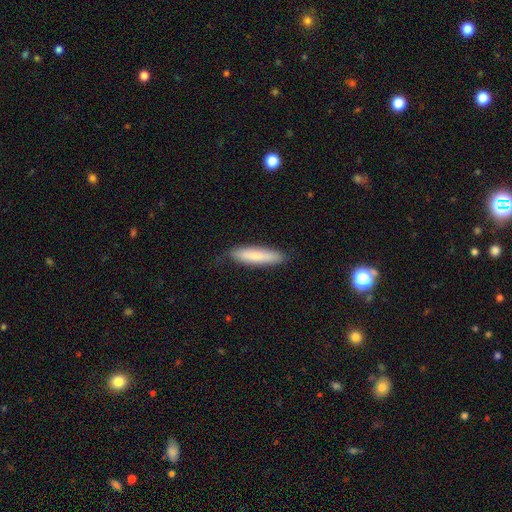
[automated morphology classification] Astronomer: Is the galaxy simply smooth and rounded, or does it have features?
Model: smooth — 78%.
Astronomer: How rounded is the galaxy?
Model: cigar-shaped — 77%.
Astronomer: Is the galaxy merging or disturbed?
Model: none — 80%.